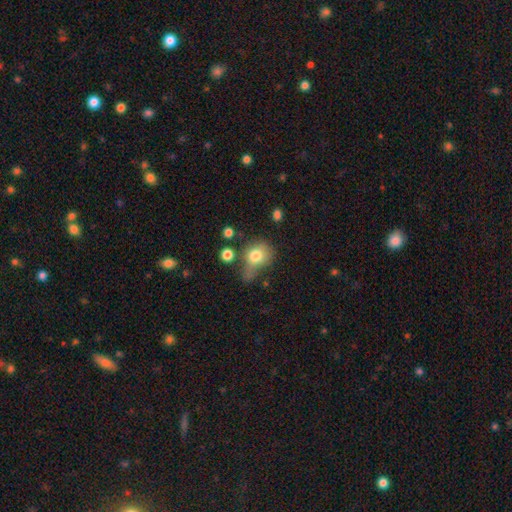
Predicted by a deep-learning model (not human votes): Smooth or featured? smooth (76%)
How rounded? round (63%)
Merging? none (32%)